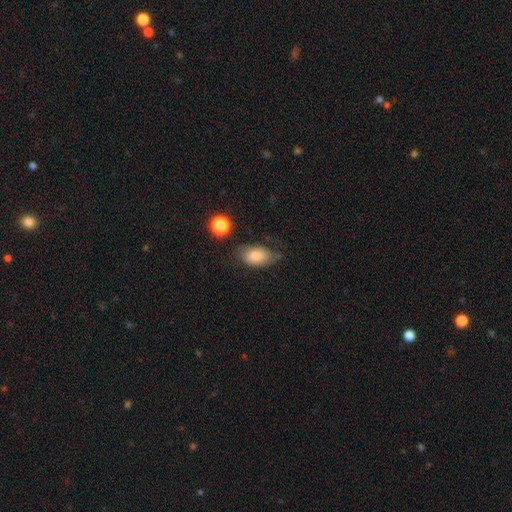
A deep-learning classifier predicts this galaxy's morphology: Smooth or featured?
  - smooth: 78% *
  - featured or disk: 14%
  - star or artifact: 8%
How rounded?
  - in between: 90% *
  - round: 8%
  - cigar-shaped: 2%
Merging?
  - none: 66% *
  - minor disturbance: 25%
  - major disturbance: 7%
  - merger: 3%